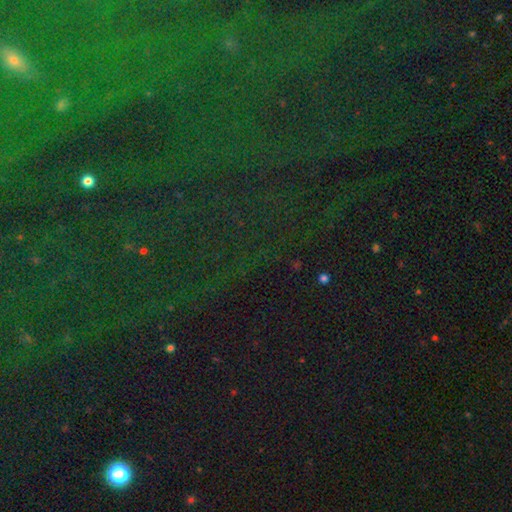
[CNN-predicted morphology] smooth_or_featured: star or artifact (p=0.84) [alt: smooth p=0.09]